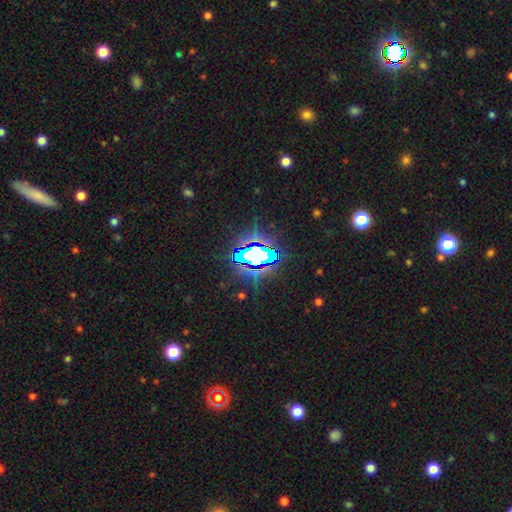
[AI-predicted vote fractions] A star or artifact, not a galaxy (69%).

Vote fractions:
- Smooth or featured? star or artifact: 69% / smooth: 17% / featured or disk: 14%